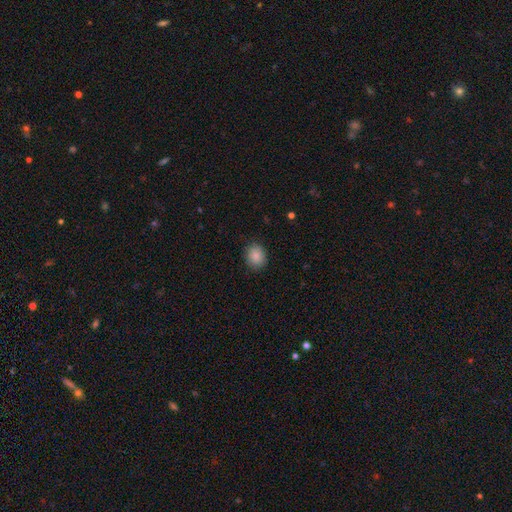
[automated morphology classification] smooth_or_featured: smooth (p=0.87) [alt: star or artifact p=0.08]
how_rounded: round (p=0.68) [alt: in between p=0.31]
merging: none (p=0.85) [alt: minor disturbance p=0.11]